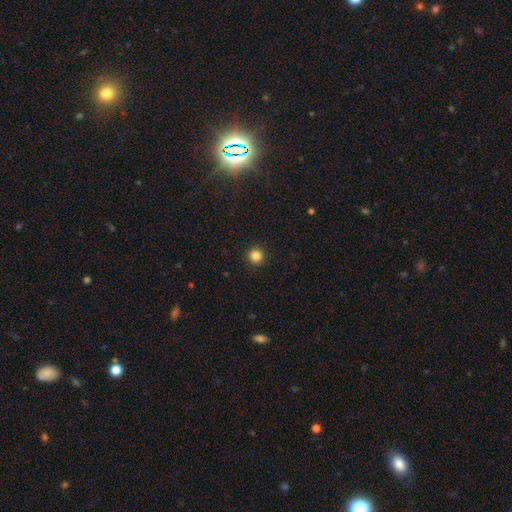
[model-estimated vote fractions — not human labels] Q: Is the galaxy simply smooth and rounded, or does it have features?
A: smooth — 84%.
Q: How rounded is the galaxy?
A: round — 96%.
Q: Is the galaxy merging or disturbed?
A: none — 93%.